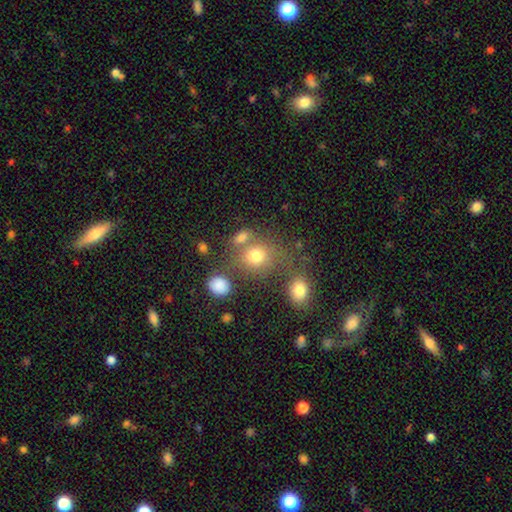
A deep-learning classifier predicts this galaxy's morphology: Smooth or featured: smooth — 74% (star or artifact — 15%)
How rounded: round — 72% (in between — 27%)
Merging: none — 52% (merger — 26%)